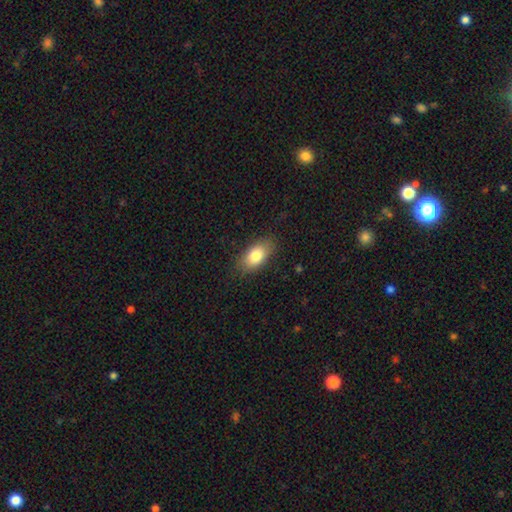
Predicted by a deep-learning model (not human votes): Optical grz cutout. It shows a smooth galaxy with no disk features (80%) that is in between round and cigar-shaped (88%). Merging: none (83%).